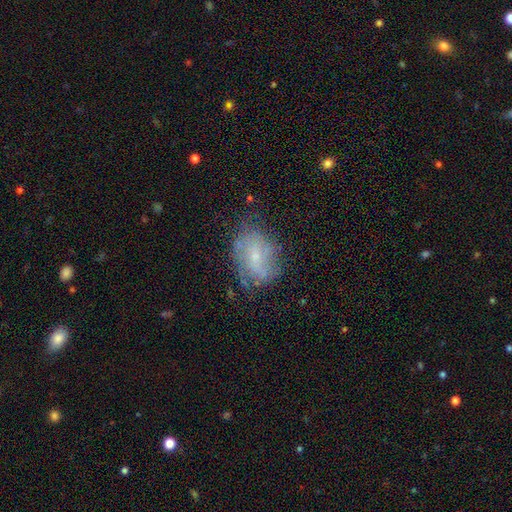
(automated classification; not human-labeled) Smooth or featured? featured or disk (55%)
Edge-on disk? no (96%)
Bar? no (58%)
Spiral arms? yes (62%)
Bulge size? small (67%)
Merging? none (59%)